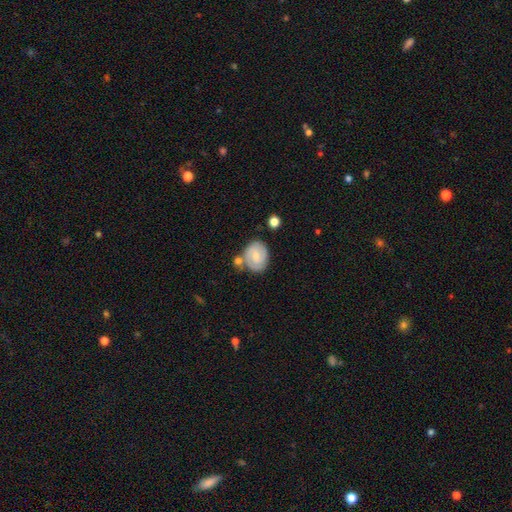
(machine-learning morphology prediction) A featured or disk galaxy (52%) with no bar (50%), spiral arms (82%) and a small central bulge (58%). Merging: none (60%).